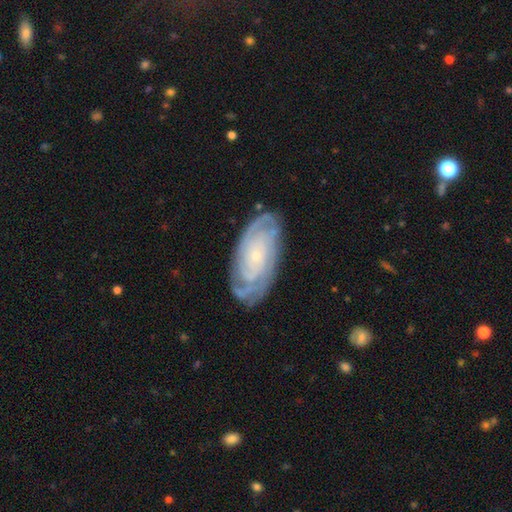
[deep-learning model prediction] A featured or disk galaxy (85%) with no bar (77%), tight (79%) spiral arms (97%) and a small central bulge (83%). Merging: none (80%).